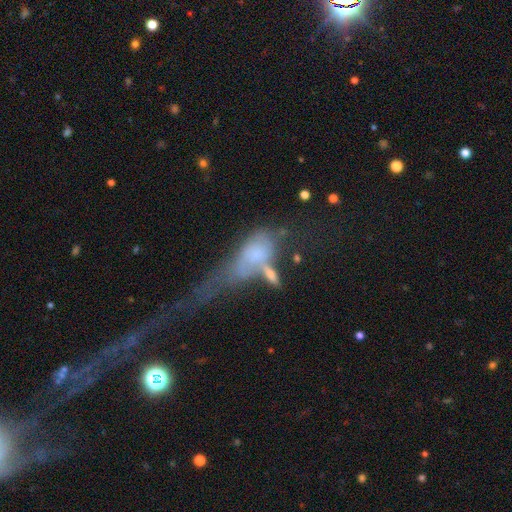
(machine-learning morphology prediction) Q: Smooth or featured?
A: smooth (47%); runner-up: featured or disk (40%)
Q: Merging?
A: merger (40%); tied with: major disturbance (40%)